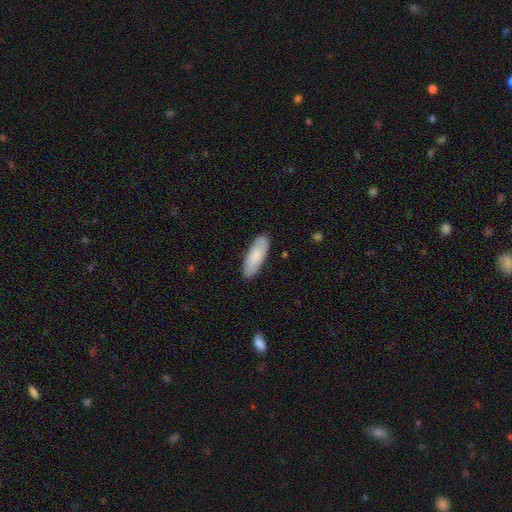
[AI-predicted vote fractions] Smooth or featured: smooth — 80% (featured or disk — 14%)
How rounded: in between — 62% (cigar-shaped — 36%)
Merging: none — 86% (minor disturbance — 11%)